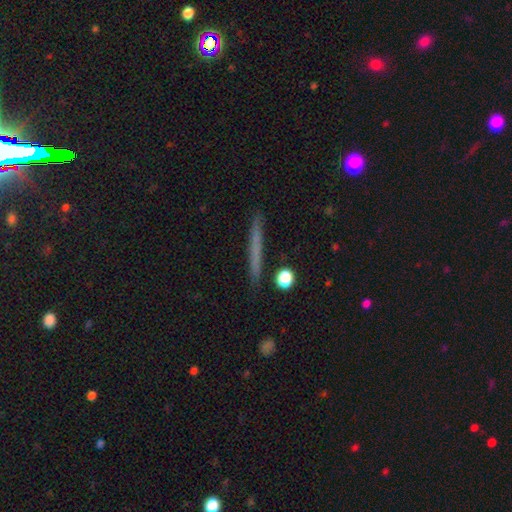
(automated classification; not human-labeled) Smooth or featured? smooth (58%)
How rounded? cigar-shaped (95%)
Merging? none (89%)